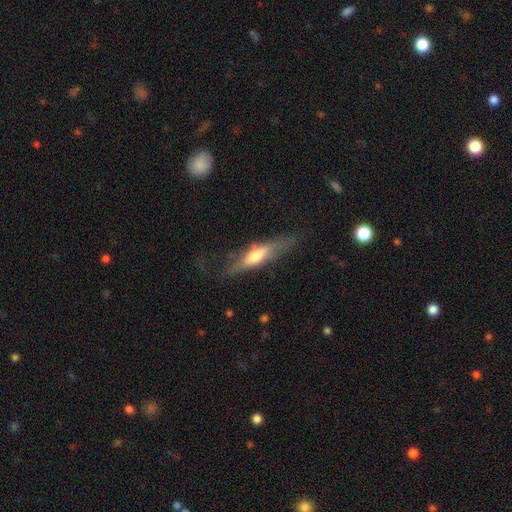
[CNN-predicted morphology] featured or disk 48%, smooth 45%, star or artifact 6%. Down the decision tree: merging — none (69%).